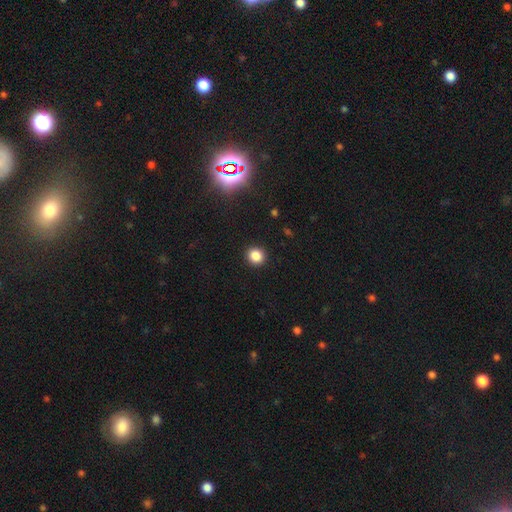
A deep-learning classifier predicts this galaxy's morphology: Smooth or featured?
  - smooth: 85% *
  - star or artifact: 11%
  - featured or disk: 4%
How rounded?
  - round: 88% *
  - in between: 11%
  - cigar-shaped: 1%
Merging?
  - none: 92% *
  - minor disturbance: 5%
  - major disturbance: 2%
  - merger: 1%